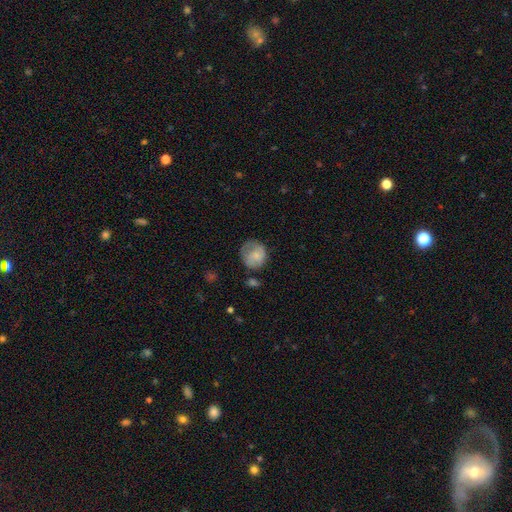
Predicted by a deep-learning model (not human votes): A smooth galaxy with no disk features (68%) that is round (75%). Merging: none (52%).